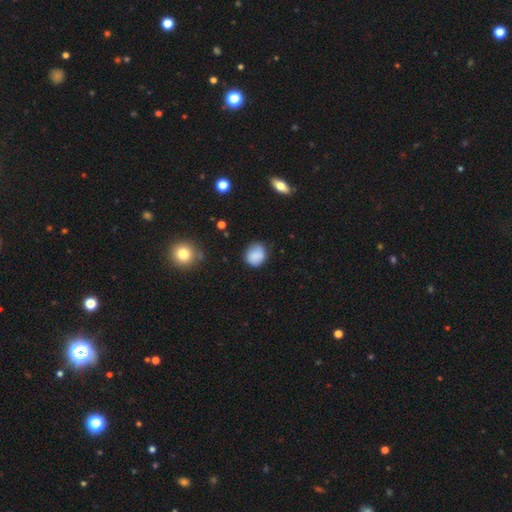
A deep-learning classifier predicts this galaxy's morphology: Overall: smooth (83%). How rounded: round (74%). Merging: none (74%).